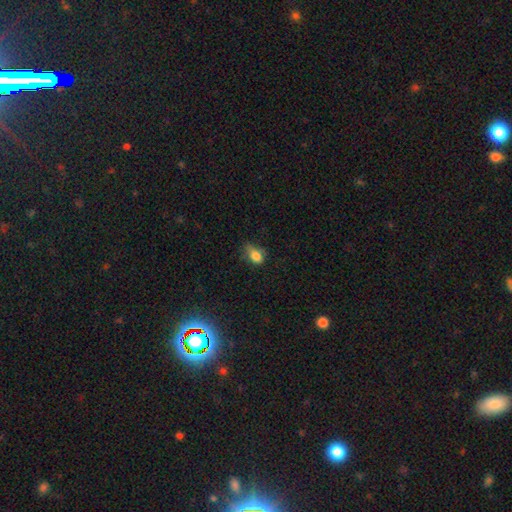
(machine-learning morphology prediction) The model was most divided on "merging": minor disturbance: 40%, none: 33%, major disturbance: 25%, merger: 3%. More confident: smooth or featured — smooth (78%); how rounded — in between (71%).